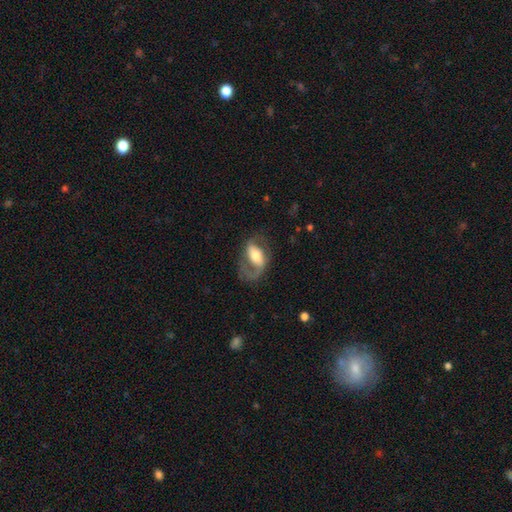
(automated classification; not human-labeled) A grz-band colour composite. It shows a featured or disk galaxy (70%) with a strong bar (38%), 2 (64%) loose (44%) spiral arms (84%) and a moderate central bulge (58%). Merging: none (50%).